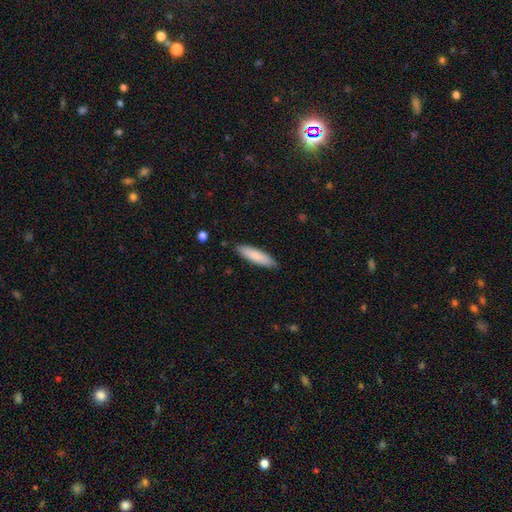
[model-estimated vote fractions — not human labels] This appears to be a smooth galaxy with no disk features (83%) that is cigar-shaped (71%). Merging: none (88%).